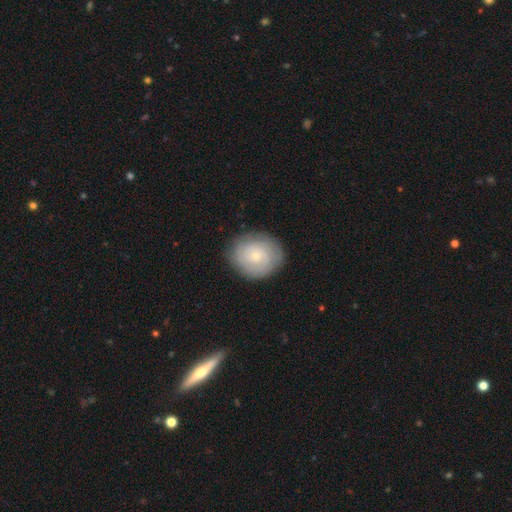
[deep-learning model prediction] Overall: featured or disk (48%; smooth 44%). Merging: none (84%).